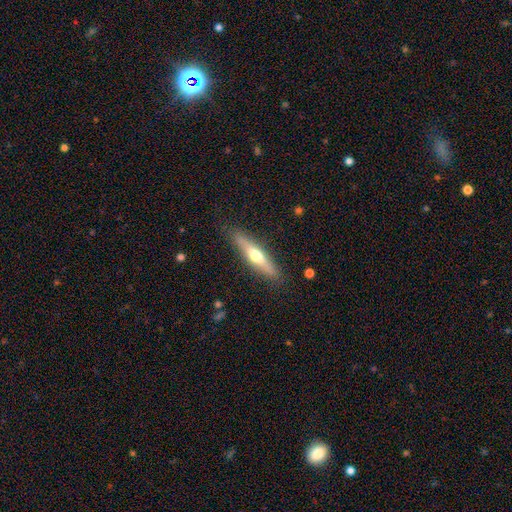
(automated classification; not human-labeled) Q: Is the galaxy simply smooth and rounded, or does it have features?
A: featured or disk — 52%.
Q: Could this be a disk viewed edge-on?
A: yes — 91%.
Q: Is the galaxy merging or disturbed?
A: none — 87%.